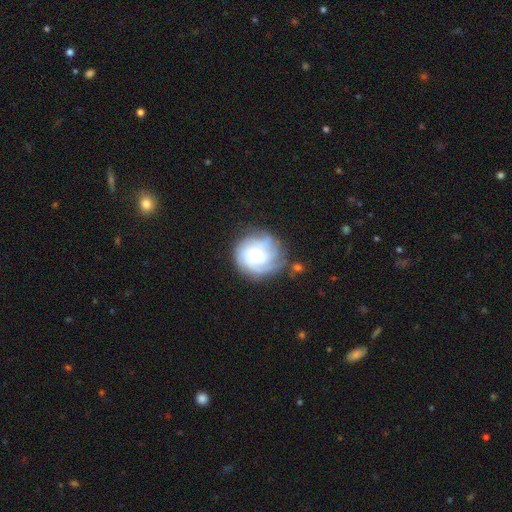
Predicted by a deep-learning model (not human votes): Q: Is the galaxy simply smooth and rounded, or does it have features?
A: featured or disk — 68%.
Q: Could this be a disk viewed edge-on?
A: no — 98%.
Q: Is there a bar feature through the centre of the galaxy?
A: no — 76%.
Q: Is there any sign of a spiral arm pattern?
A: yes — 89%.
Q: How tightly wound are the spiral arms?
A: tight — 66%.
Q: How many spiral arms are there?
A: can't tell — 45%.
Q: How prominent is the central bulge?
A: moderate — 59%.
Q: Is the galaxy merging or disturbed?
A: none — 67%.